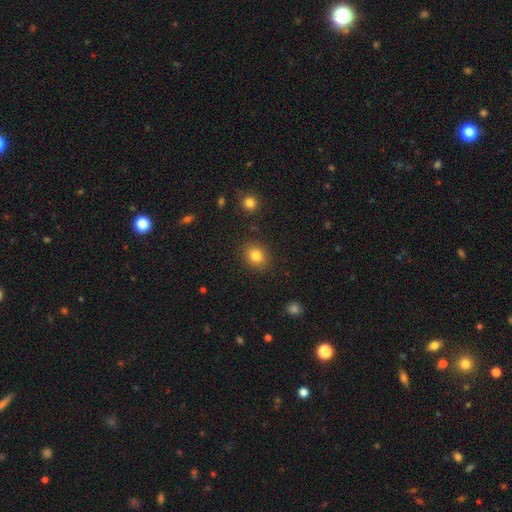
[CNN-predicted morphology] Overall: smooth (82%). How rounded: round (62%; in between 37%). Merging: none (88%).